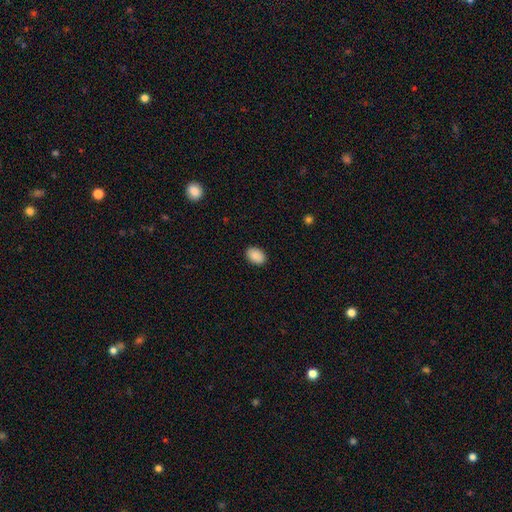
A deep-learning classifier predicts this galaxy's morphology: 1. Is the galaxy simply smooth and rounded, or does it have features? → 90% smooth, 7% star or artifact, 4% featured or disk.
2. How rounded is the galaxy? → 84% in between, 15% round, 1% cigar-shaped.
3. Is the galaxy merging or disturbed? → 89% none, 8% minor disturbance, 2% major disturbance, 1% merger.